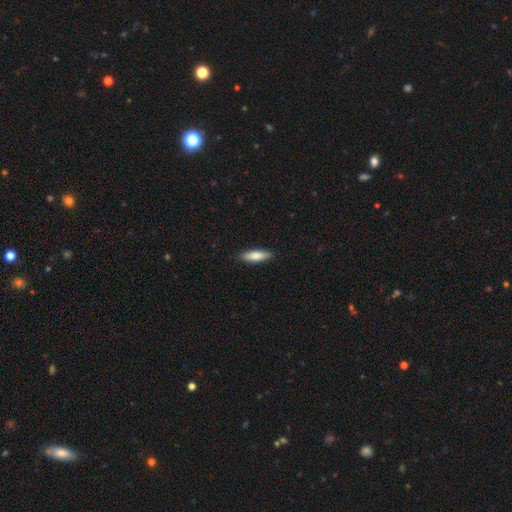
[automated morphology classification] smooth_or_featured: smooth (p=0.77) [alt: featured or disk p=0.18]
how_rounded: cigar-shaped (p=0.60) [alt: in between p=0.39]
merging: none (p=0.88) [alt: minor disturbance p=0.09]